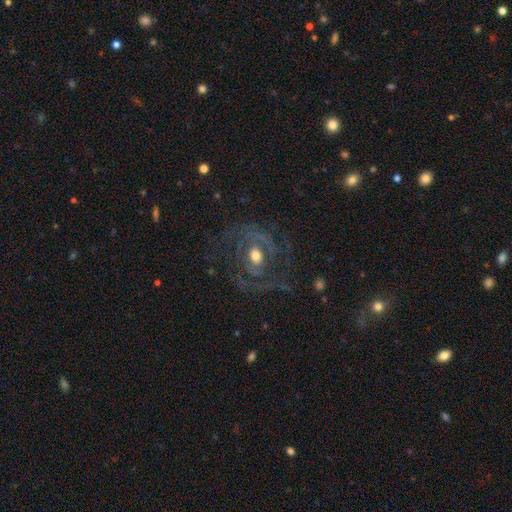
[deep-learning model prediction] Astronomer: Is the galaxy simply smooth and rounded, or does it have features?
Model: featured or disk — 81%.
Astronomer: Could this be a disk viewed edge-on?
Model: no — 96%.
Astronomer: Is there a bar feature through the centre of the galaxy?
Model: no — 60%.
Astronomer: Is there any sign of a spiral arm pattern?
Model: yes — 80%.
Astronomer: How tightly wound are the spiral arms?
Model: medium — 40% (runner-up: tight, 39%).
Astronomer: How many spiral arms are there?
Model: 2 — 36% (runner-up: can't tell, 26%).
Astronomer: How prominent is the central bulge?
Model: moderate — 70%.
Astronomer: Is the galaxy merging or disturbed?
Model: none — 61%.